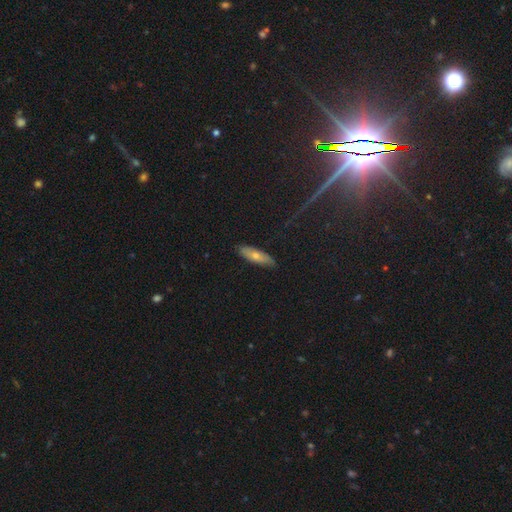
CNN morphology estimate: smooth_or_featured: smooth (p=0.64) [alt: featured or disk p=0.29]
how_rounded: cigar-shaped (p=0.54) [alt: in between p=0.44]
merging: none (p=0.86) [alt: minor disturbance p=0.11]